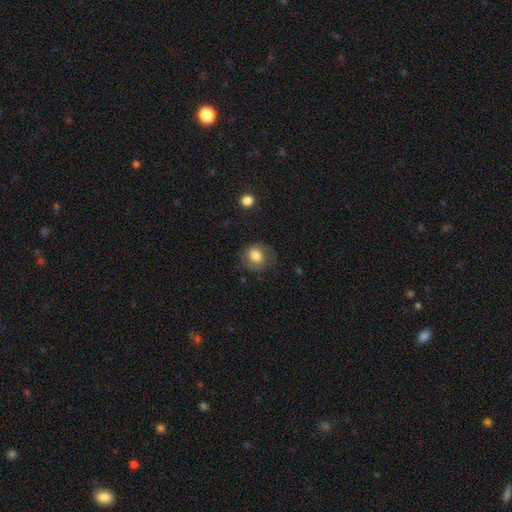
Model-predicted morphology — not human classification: smooth_or_featured: smooth (p=0.79) [alt: featured or disk p=0.12]
how_rounded: round (p=0.62) [alt: in between p=0.37]
merging: none (p=0.71) [alt: minor disturbance p=0.19]